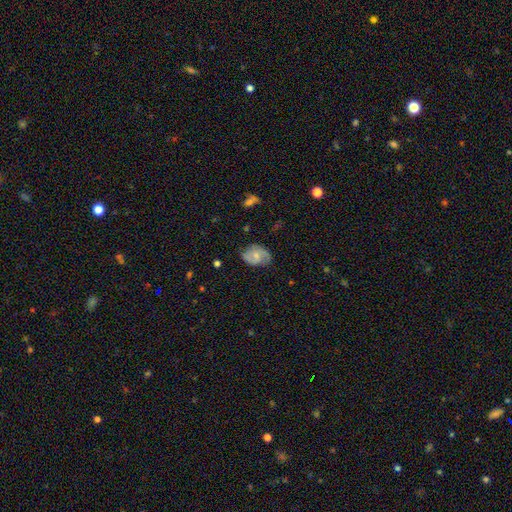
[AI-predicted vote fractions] A featured or disk galaxy (56%) with no bar (50%), spiral arms (86%) and a small central bulge (49%). Merging: none (65%).